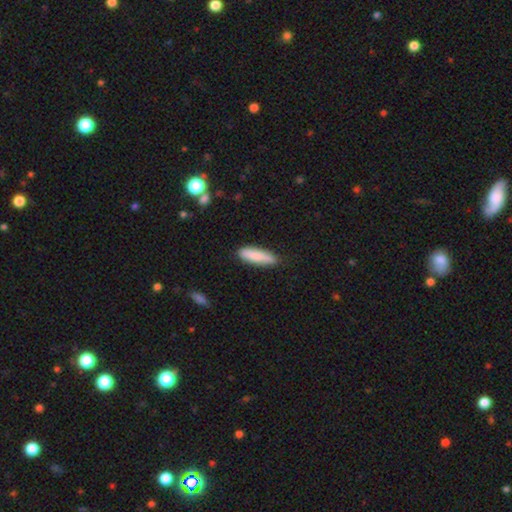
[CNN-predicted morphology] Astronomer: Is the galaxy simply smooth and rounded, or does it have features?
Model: smooth — 85%.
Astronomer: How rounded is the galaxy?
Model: cigar-shaped — 69%.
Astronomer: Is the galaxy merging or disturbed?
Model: none — 83%.